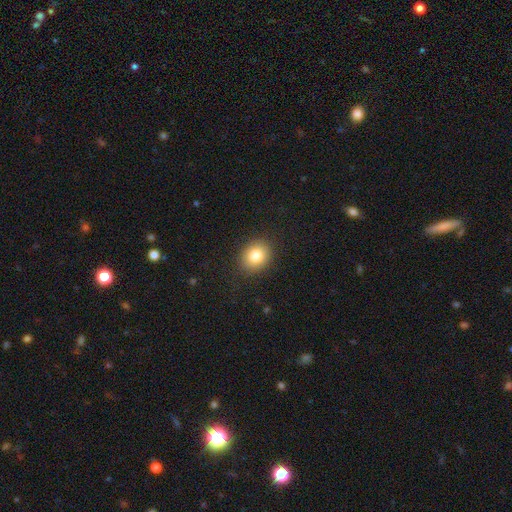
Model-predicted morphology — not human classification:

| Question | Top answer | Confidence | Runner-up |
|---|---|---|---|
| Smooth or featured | smooth | 83% | star or artifact (10%) |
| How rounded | round | 59% | in between (40%) |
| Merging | none | 88% | minor disturbance (9%) |